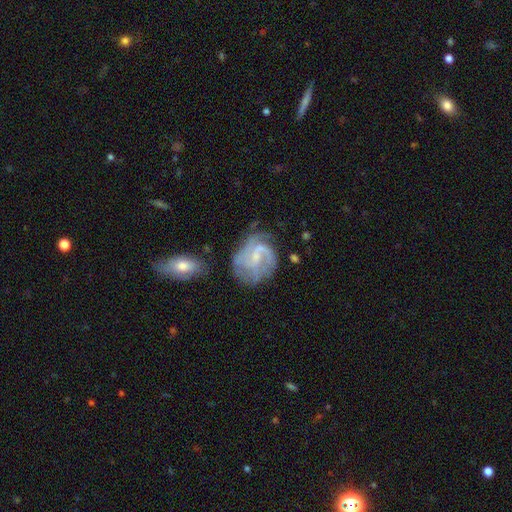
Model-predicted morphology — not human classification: Smooth or featured?
  - featured or disk: 80% *
  - smooth: 13%
  - star or artifact: 7%
Edge-on disk?
  - no: 98% *
  - yes: 2%
Bar?
  - weak: 49% *
  - no: 41%
  - strong: 10%
Spiral arms?
  - yes: 91% *
  - no: 9%
Spiral winding?
  - medium: 44% *
  - tight: 33%
  - loose: 23%
Spiral arm count?
  - 2: 36% *
  - can't tell: 25%
  - 3: 21%
  - 1: 8%
  - 4: 5%
  - more than 4: 4%
Bulge size?
  - small: 58% *
  - moderate: 20%
  - none: 20%
  - large: 1%
  - dominant: 1%
Merging?
  - none: 51% *
  - minor disturbance: 23%
  - major disturbance: 20%
  - merger: 6%